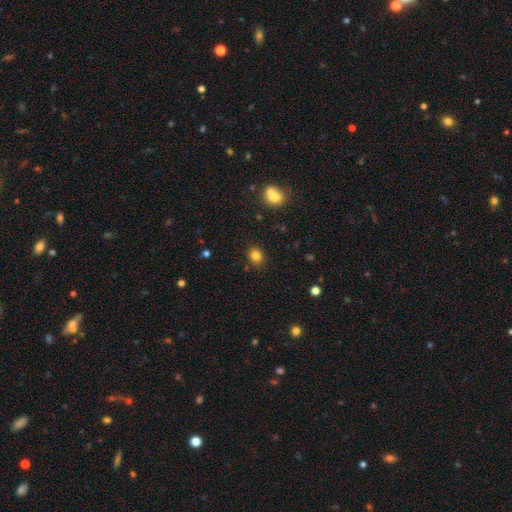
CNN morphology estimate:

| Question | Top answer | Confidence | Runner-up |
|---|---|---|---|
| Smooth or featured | smooth | 82% | star or artifact (12%) |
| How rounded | round | 65% | in between (34%) |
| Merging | none | 86% | minor disturbance (8%) |